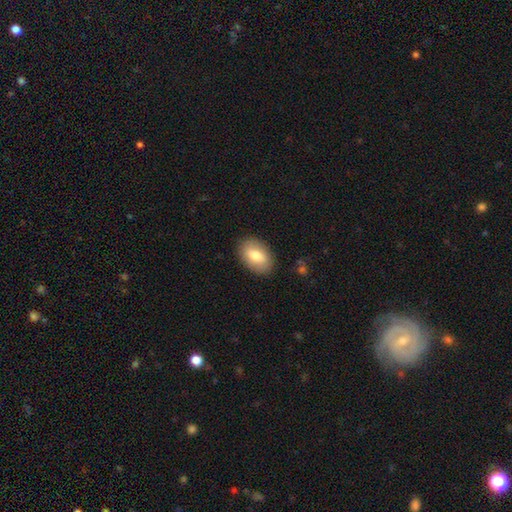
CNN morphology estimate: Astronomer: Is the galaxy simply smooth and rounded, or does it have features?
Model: smooth — 72%.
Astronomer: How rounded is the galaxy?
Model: in between — 88%.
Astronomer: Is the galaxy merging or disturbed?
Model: none — 87%.